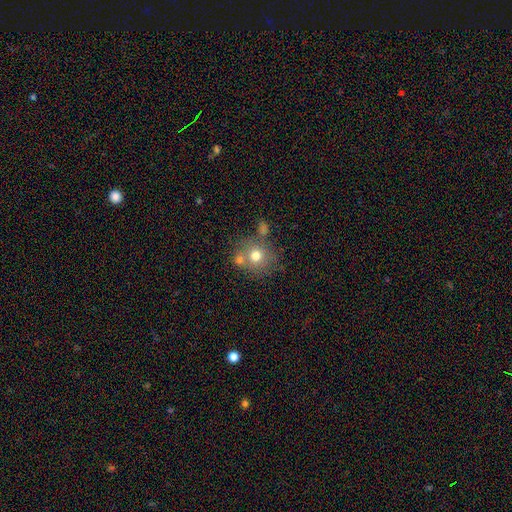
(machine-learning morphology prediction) Smooth or featured?
  - smooth: 70% *
  - featured or disk: 17%
  - star or artifact: 12%
How rounded?
  - round: 81% *
  - in between: 18%
  - cigar-shaped: 1%
Merging?
  - none: 56% *
  - merger: 26%
  - minor disturbance: 12%
  - major disturbance: 5%